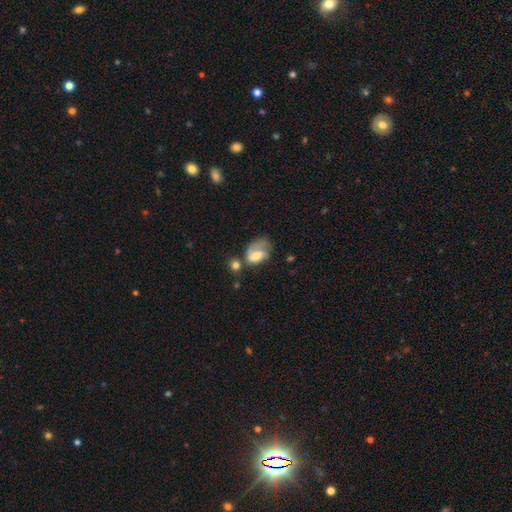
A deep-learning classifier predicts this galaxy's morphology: Smooth or featured? Predicted: featured or disk (p=0.54). Edge-on disk? Predicted: no (p=0.96). Bar? Predicted: no (p=0.45). Spiral arms? Predicted: yes (p=0.74). Bulge size? Predicted: moderate (p=0.51). Merging? Predicted: major disturbance (p=0.33).